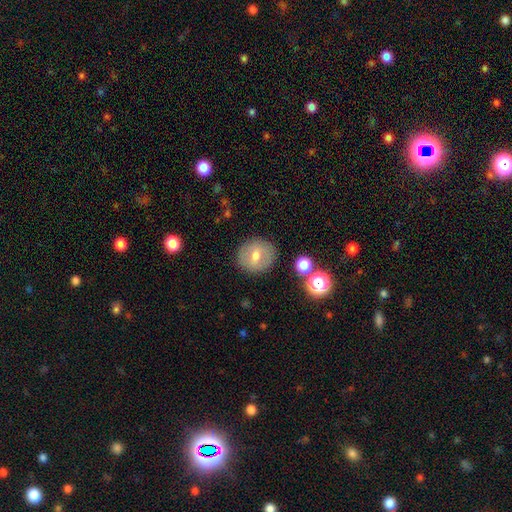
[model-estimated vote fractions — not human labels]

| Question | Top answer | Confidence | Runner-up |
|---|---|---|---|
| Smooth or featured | smooth | 58% | featured or disk (32%) |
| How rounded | round | 85% | in between (14%) |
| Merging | none | 87% | minor disturbance (8%) |